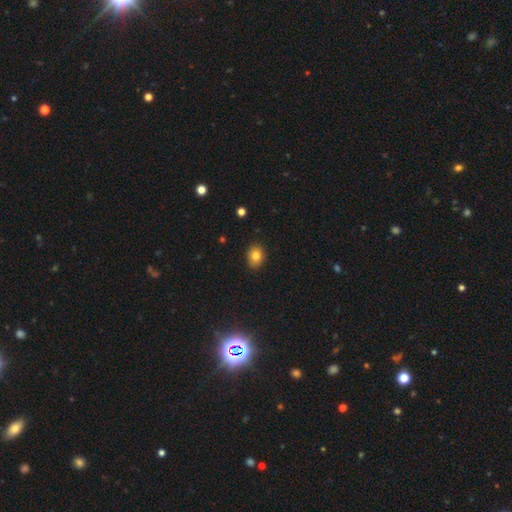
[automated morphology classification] smooth_or_featured: smooth (p=0.81) [alt: star or artifact p=0.11]
how_rounded: in between (p=0.61) [alt: round p=0.38]
merging: none (p=0.88) [alt: minor disturbance p=0.09]